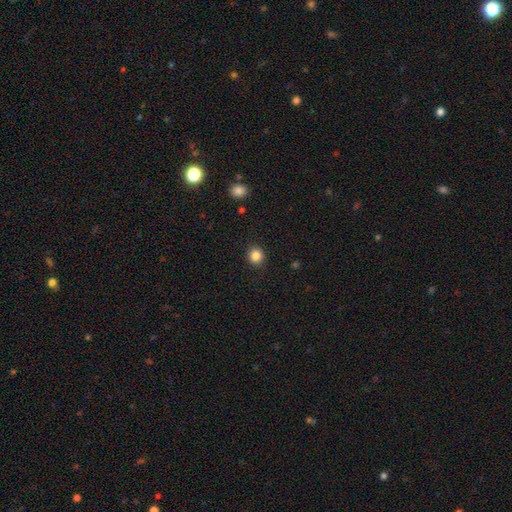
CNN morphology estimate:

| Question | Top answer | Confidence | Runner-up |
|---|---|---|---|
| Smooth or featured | smooth | 85% | star or artifact (11%) |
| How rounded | round | 87% | in between (12%) |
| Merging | none | 89% | minor disturbance (8%) |